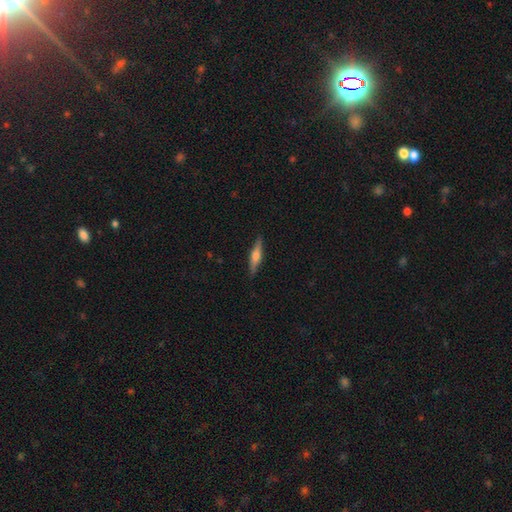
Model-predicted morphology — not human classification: type=featured or disk (59%); edge-on=yes (97%); edge-on bulge=rounded (87%); merging=none (90%).